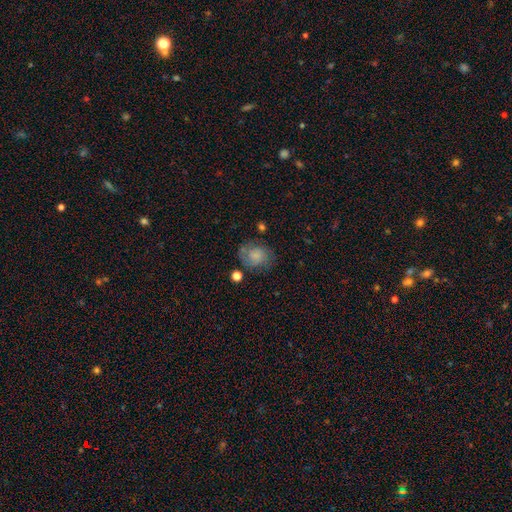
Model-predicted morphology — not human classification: The model was most divided on "how rounded": round: 59%, in between: 40%, cigar-shaped: 1%. More confident: smooth or featured — smooth (67%); merging — none (60%).